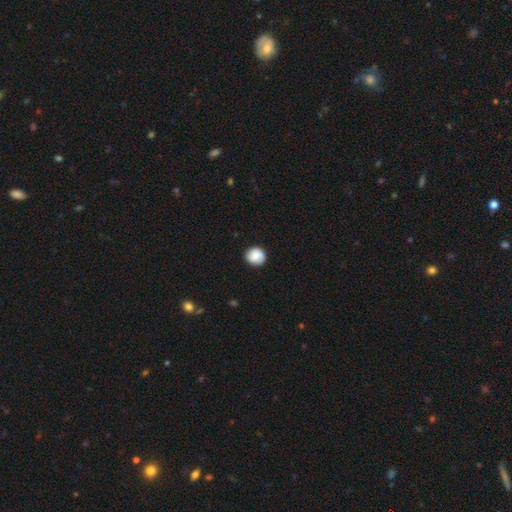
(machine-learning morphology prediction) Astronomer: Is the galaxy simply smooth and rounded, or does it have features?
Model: smooth — 83%.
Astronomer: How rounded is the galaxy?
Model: round — 89%.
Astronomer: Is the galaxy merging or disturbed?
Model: none — 85%.